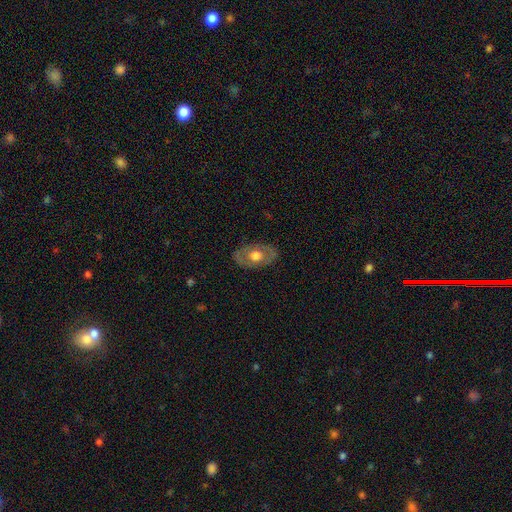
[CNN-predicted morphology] A featured or disk galaxy (49%).

Vote fractions:
- Smooth or featured? featured or disk: 49% / smooth: 45% / star or artifact: 6%
- Merging? none: 81% / minor disturbance: 14% / major disturbance: 4% / merger: 1%